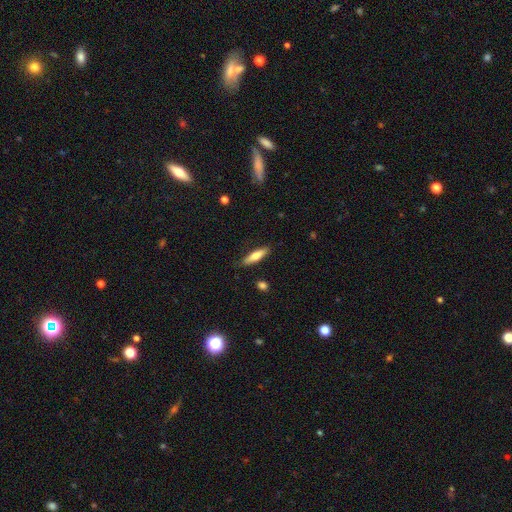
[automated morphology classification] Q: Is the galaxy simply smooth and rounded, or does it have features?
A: smooth — 67%.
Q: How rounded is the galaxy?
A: cigar-shaped — 74%.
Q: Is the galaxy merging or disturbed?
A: none — 86%.